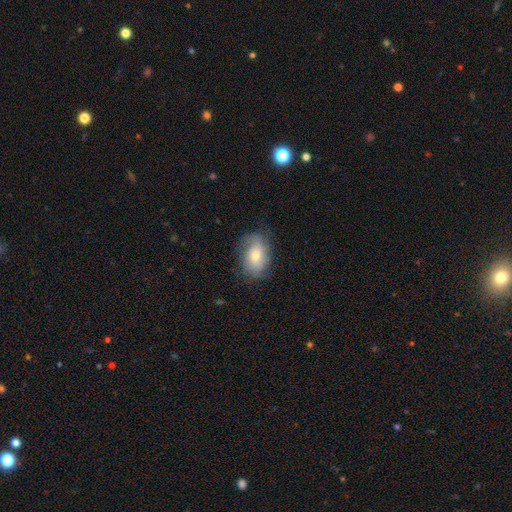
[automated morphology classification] smooth-or-featured: smooth: 48% | featured or disk: 44% | star or artifact: 9%
  merging: none: 66% | minor disturbance: 24% | major disturbance: 9% | merger: 1%